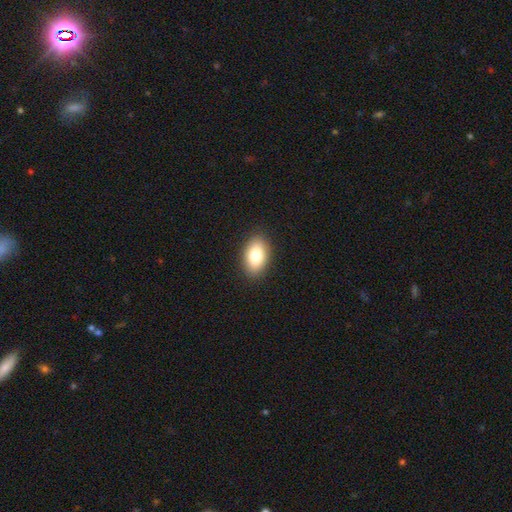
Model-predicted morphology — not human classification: This is clearly a smooth galaxy (81%). How rounded: clearly in between (90%). Merging: clearly none (89%).